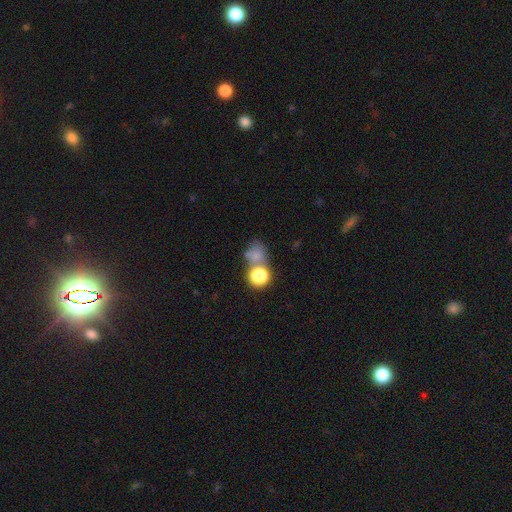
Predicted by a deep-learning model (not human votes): Smooth or featured? Predicted: smooth (p=0.71). How rounded? Predicted: round (p=0.66). Merging? Predicted: none (p=0.41).